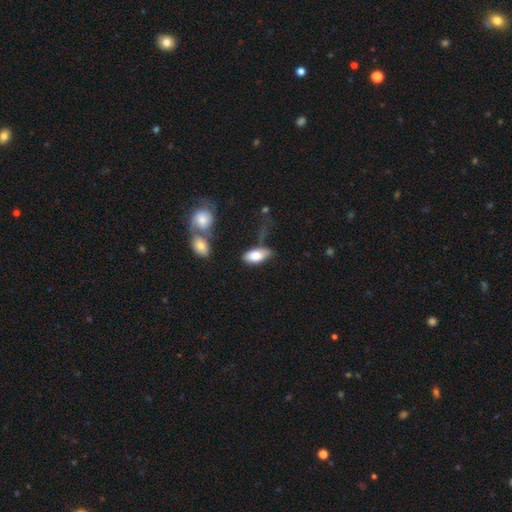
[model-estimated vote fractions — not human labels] A smooth galaxy with no disk features (79%) that is in between round and cigar-shaped (91%). Merging: none (49%).